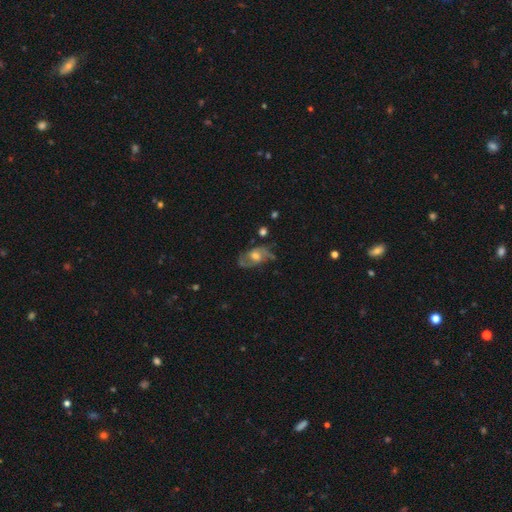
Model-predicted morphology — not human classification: The model was most divided on "spiral winding": medium: 47%, loose: 35%, tight: 19%. More confident: edge-on disk — no (94%); spiral arms — yes (85%); spiral arm count — 2 (75%); smooth or featured — featured or disk (73%); bulge size — moderate (63%); merging — none (62%); bar — no (58%).